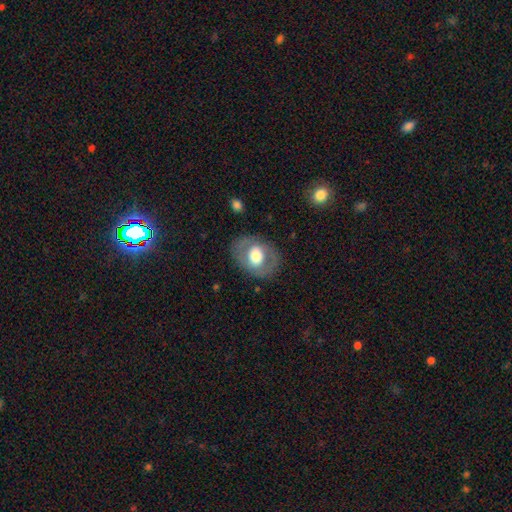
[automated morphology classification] smooth 49%, featured or disk 44%, star or artifact 7%. Down the decision tree: merging — none (79%).